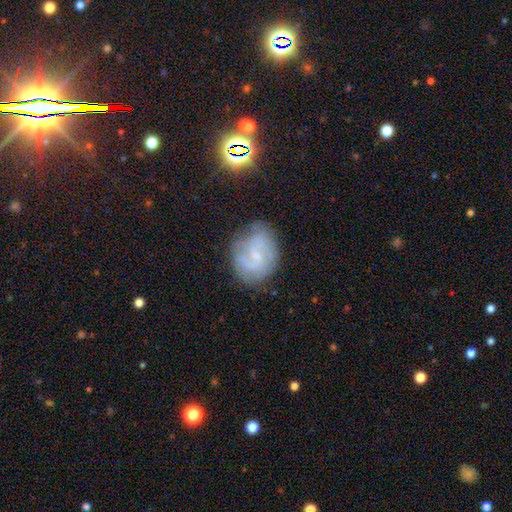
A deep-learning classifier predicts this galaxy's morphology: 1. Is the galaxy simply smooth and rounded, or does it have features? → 69% featured or disk, 19% smooth, 12% star or artifact.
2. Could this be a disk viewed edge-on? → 97% no, 3% yes.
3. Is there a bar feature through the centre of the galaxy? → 48% weak, 43% no, 10% strong.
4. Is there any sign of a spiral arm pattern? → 87% yes, 13% no.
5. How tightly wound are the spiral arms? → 42% tight (tied), 42% medium (tied), 16% loose.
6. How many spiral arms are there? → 47% 2, 32% can't tell, 10% 3, 4% 1, 4% 4, 3% more than 4.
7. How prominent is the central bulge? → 74% small, 16% moderate, 7% none, 1% large, 1% dominant.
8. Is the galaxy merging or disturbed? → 68% none, 22% minor disturbance, 8% major disturbance, 2% merger.